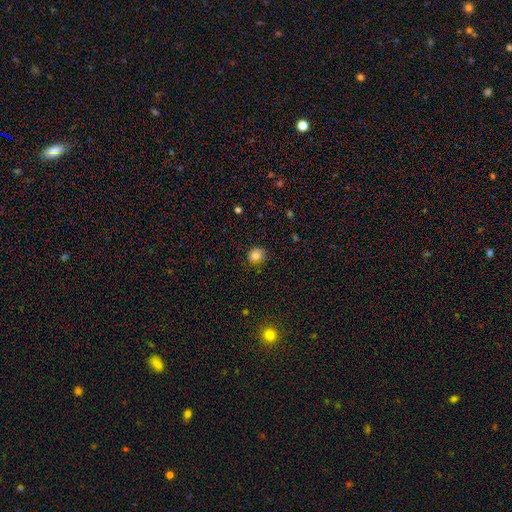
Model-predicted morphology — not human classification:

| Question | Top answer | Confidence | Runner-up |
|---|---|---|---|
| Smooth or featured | smooth | 82% | star or artifact (11%) |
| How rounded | round | 77% | in between (22%) |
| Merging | none | 83% | minor disturbance (13%) |